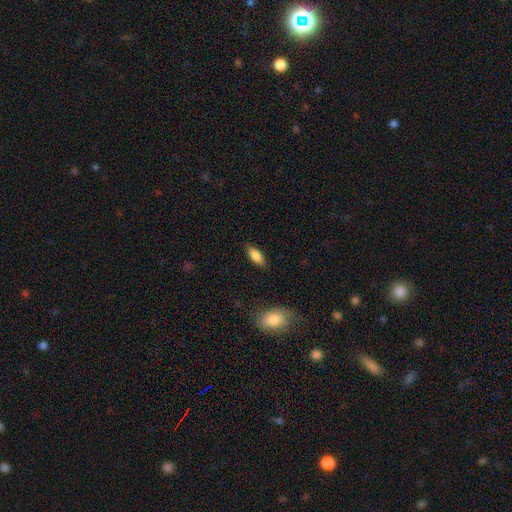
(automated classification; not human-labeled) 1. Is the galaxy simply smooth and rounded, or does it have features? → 84% smooth, 10% featured or disk, 7% star or artifact.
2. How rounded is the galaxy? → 80% in between, 18% cigar-shaped, 2% round.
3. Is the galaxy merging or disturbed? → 85% none, 11% minor disturbance, 3% major disturbance, 1% merger.